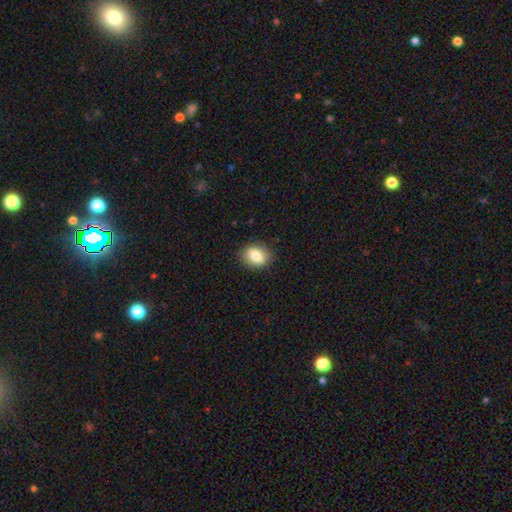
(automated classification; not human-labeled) The model was most divided on "how rounded": in between: 56%, round: 43%, cigar-shaped: 1%. More confident: merging — none (87%); smooth or featured — smooth (80%).